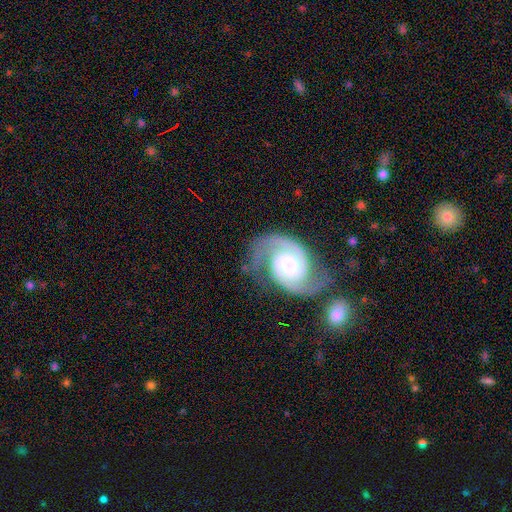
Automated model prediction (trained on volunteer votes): Smooth or featured? Predicted: featured or disk (p=0.91). Edge-on disk? Predicted: no (p=0.98). Bar? Predicted: no (p=0.58). Spiral arms? Predicted: yes (p=0.98). Spiral winding? Predicted: tight (p=0.46, tied with medium). Spiral arm count? Predicted: 2 (p=0.93). Bulge size? Predicted: moderate (p=0.48). Merging? Predicted: none (p=0.70).